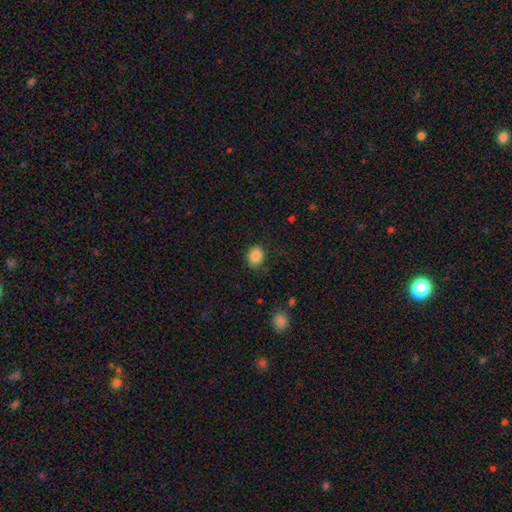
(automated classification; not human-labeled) The model was most divided on "how rounded": in between: 58%, round: 41%, cigar-shaped: 1%. More confident: smooth or featured — smooth (87%); merging — none (78%).